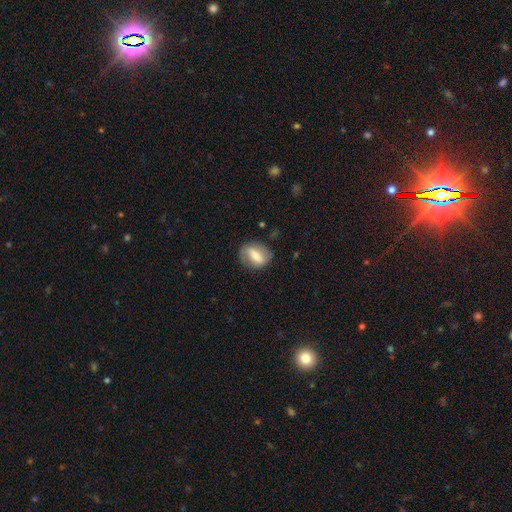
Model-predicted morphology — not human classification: type=smooth (54%); roundness=in between (66%); merging=none (77%).